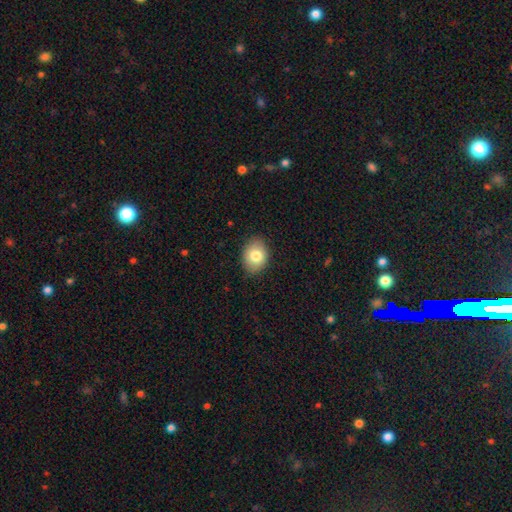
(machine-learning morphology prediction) Q: Smooth or featured?
A: smooth (80%); runner-up: featured or disk (12%)
Q: How rounded?
A: in between (66%); runner-up: round (33%)
Q: Merging?
A: none (86%); runner-up: minor disturbance (10%)